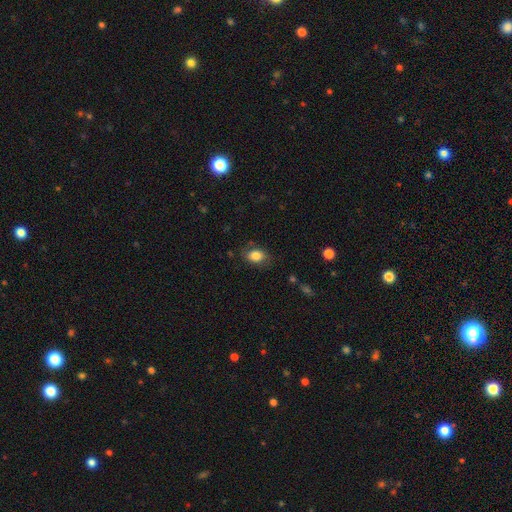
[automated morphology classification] This is clearly a smooth galaxy (82%). How rounded: likely in between (78%). Merging: likely none (75%).